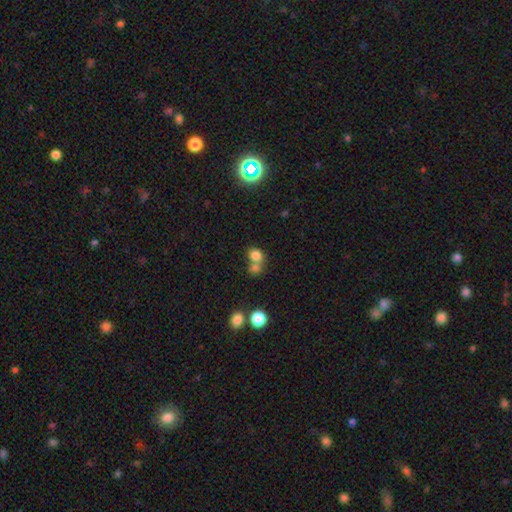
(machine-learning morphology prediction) type=smooth (78%); roundness=round (70%); merging=merger (49%).